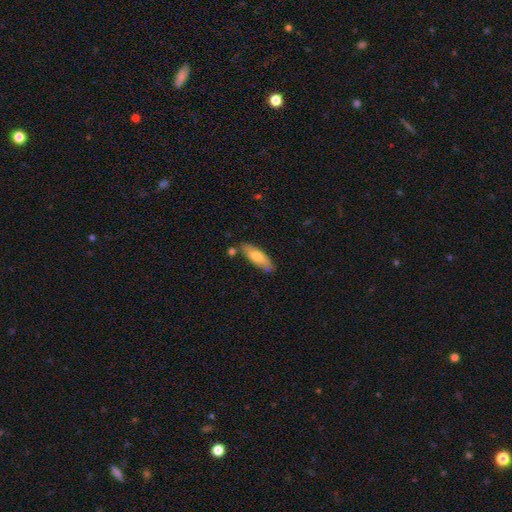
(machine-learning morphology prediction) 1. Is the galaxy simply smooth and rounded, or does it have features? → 66% smooth, 28% featured or disk, 6% star or artifact.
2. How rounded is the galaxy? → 50% in between, 47% cigar-shaped, 2% round.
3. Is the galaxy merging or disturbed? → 76% none, 15% minor disturbance, 6% merger, 3% major disturbance.